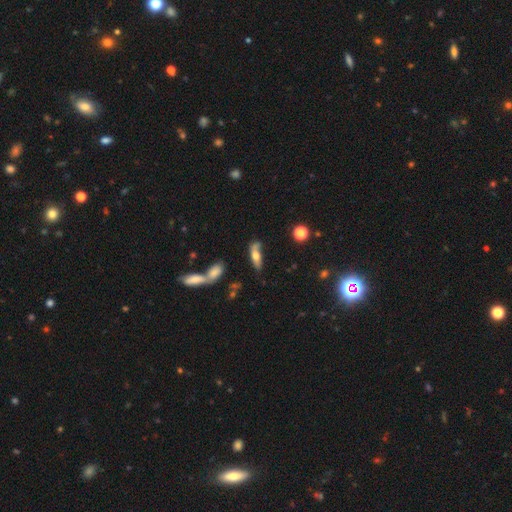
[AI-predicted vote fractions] This is possibly a smooth galaxy (55%). How rounded: possibly in between (50%). Merging: possibly none (51%).